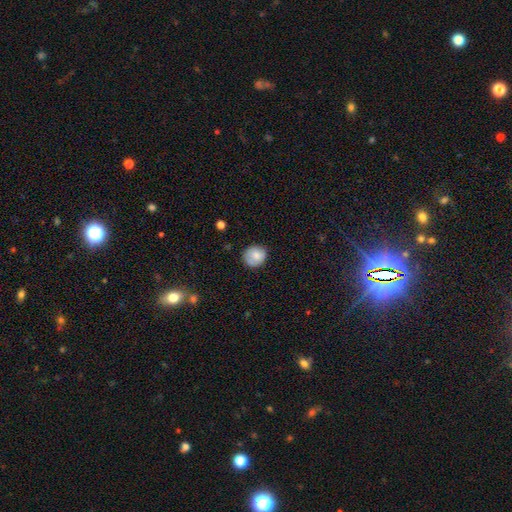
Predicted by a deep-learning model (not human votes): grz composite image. It shows a smooth galaxy with no disk features (78%) that is round (82%). Merging: none (77%).